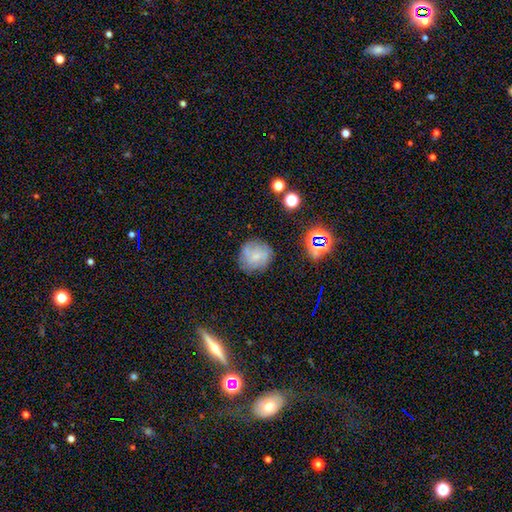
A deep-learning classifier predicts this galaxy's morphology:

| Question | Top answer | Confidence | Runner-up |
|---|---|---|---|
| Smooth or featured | smooth | 50% | featured or disk (35%) |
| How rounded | round | 84% | in between (15%) |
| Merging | none | 72% | minor disturbance (18%) |